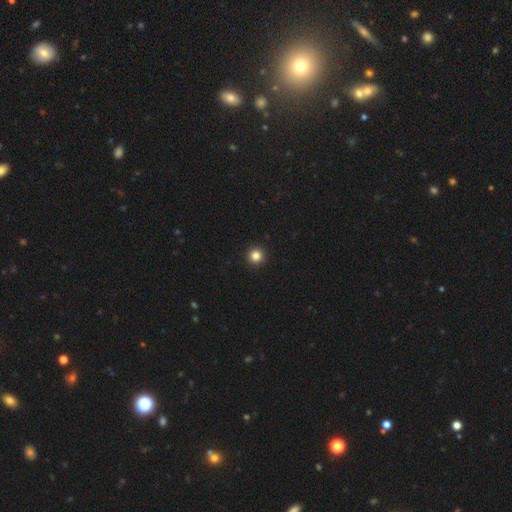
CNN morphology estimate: This appears to be a smooth galaxy with no disk features (84%) that is round (96%). Merging: none (94%).